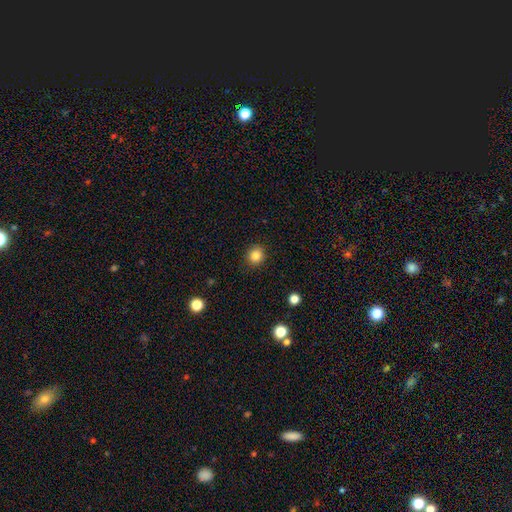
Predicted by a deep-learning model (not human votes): Smooth or featured? smooth (84%)
How rounded? round (81%)
Merging? none (90%)